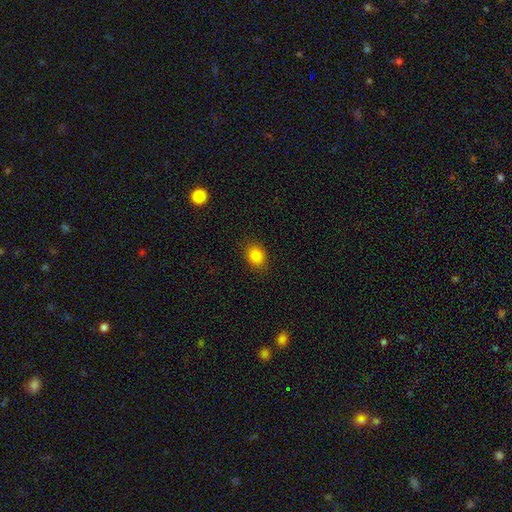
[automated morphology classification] This appears to be a smooth galaxy with no disk features (85%) that is in between round and cigar-shaped (59%). Merging: none (85%).